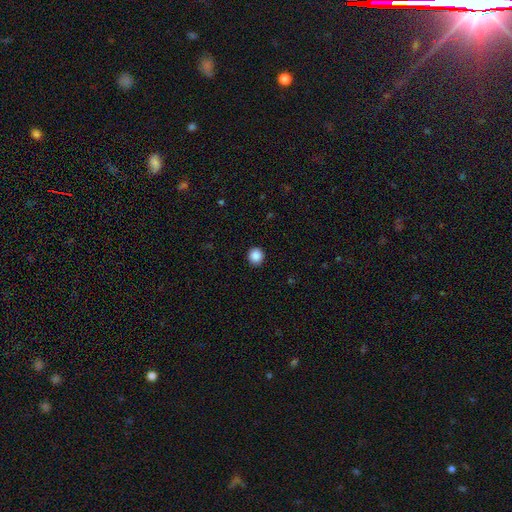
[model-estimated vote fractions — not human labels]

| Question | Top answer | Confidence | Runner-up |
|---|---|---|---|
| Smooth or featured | smooth | 89% | star or artifact (9%) |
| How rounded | round | 91% | in between (8%) |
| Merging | none | 93% | minor disturbance (5%) |